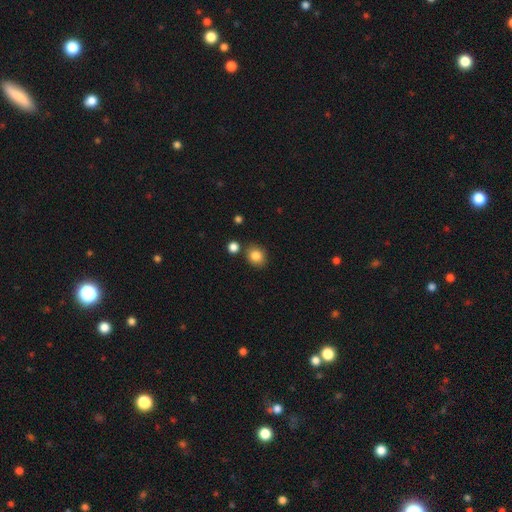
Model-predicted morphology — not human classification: smooth_or_featured: smooth (p=0.85) [alt: star or artifact p=0.10]
how_rounded: round (p=0.67) [alt: in between p=0.32]
merging: none (p=0.80) [alt: minor disturbance p=0.10]